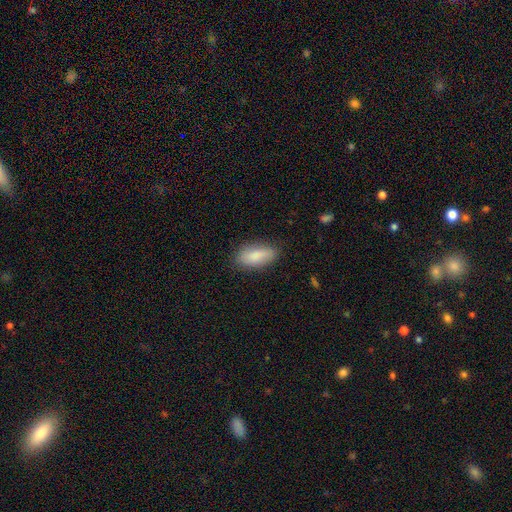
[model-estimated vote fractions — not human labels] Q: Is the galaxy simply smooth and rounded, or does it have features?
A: smooth — 85%.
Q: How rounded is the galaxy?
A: in between — 82%.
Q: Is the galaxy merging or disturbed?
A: none — 81%.